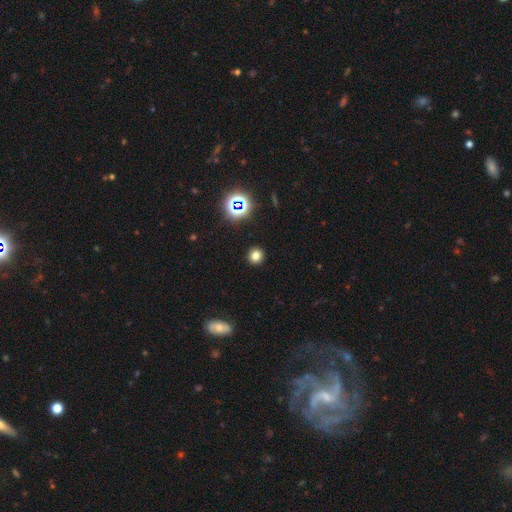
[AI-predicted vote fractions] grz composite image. It shows a smooth galaxy with no disk features (75%) that is round (90%). Merging: none (92%).